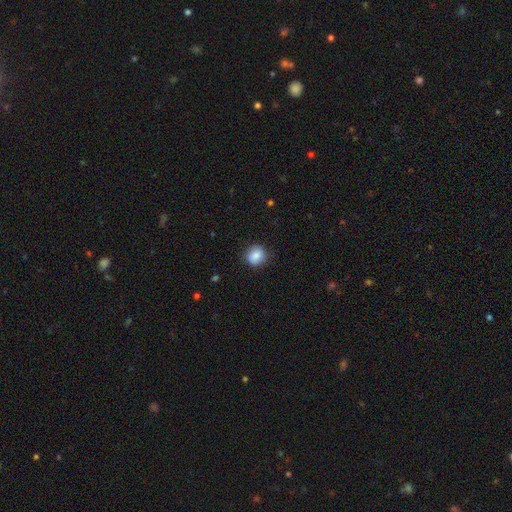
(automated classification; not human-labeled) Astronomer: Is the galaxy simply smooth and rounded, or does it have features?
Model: smooth — 83%.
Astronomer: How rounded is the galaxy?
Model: round — 88%.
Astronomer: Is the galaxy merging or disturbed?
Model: none — 85%.